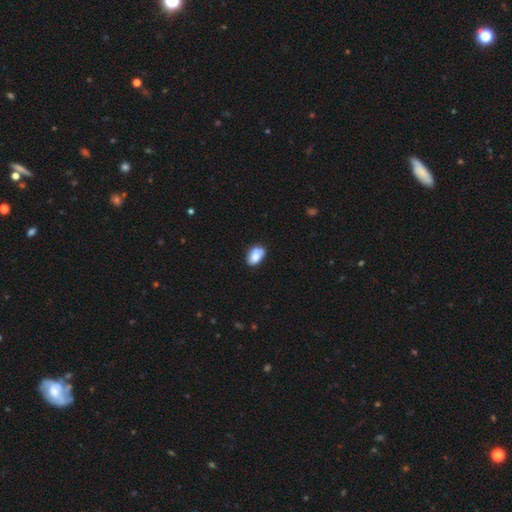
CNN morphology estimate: type=smooth (78%); roundness=in between (89%); merging=none (59%).